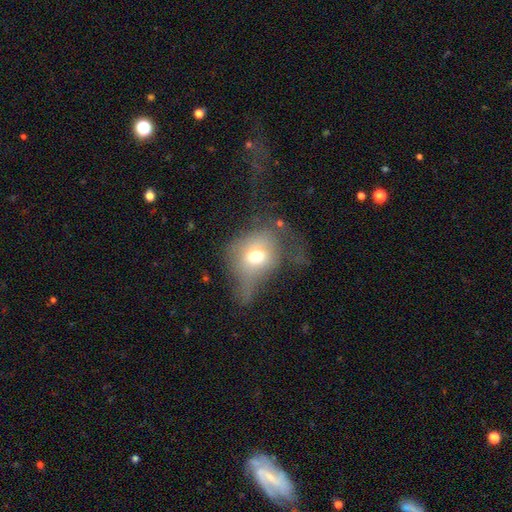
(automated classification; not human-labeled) A smooth galaxy with no disk features (60%) that is round (56%). Merging: major disturbance (46%).